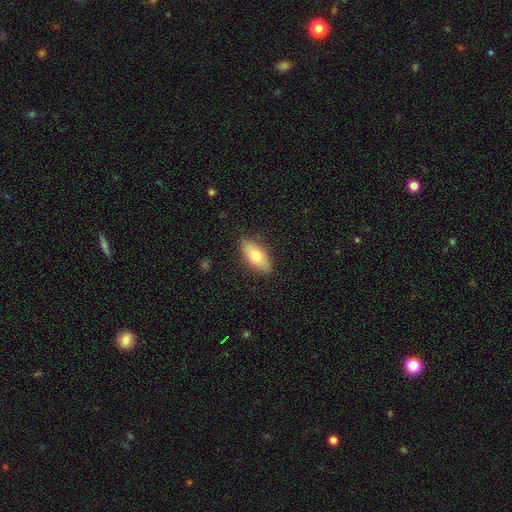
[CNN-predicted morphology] This is likely a smooth galaxy (74%). How rounded: clearly in between (81%). Merging: clearly none (85%).